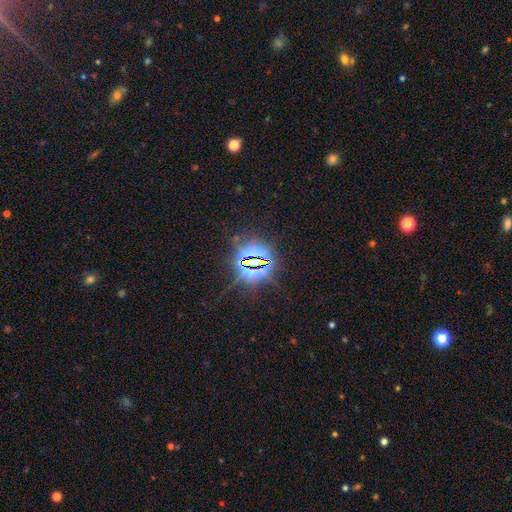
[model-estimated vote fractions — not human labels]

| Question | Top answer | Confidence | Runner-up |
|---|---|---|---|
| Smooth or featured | star or artifact | 83% | smooth (11%) |